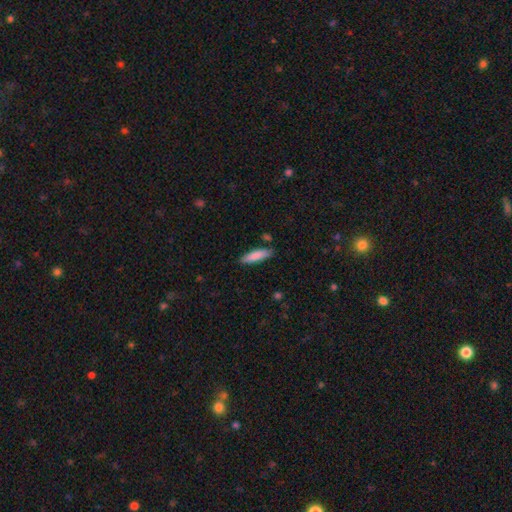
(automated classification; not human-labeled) Morphology: type=smooth (84%); roundness=cigar-shaped (67%); merging=none (84%).